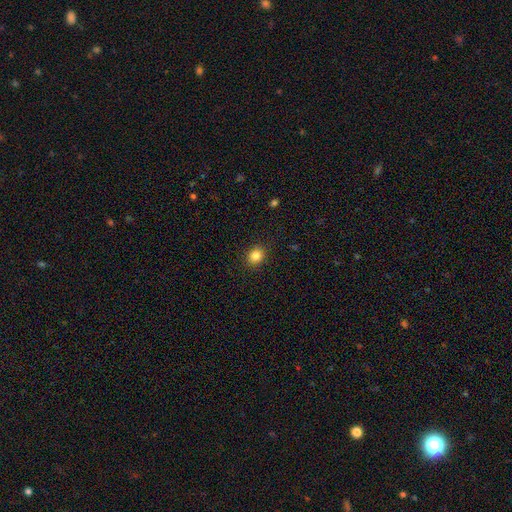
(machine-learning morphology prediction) Overall: smooth (84%). How rounded: round (69%; in between 30%). Merging: none (90%).